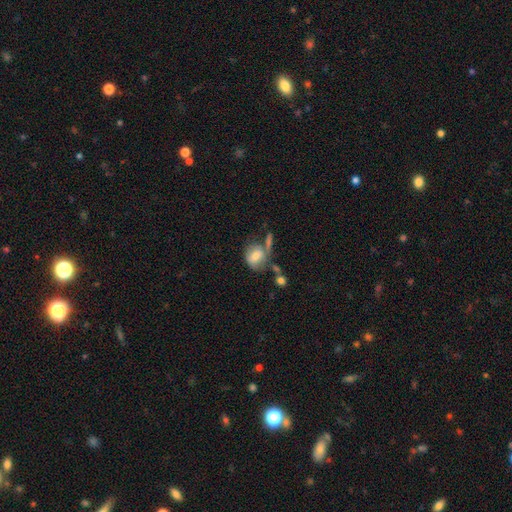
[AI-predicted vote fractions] smooth 65%, featured or disk 26%, star or artifact 9%. Down the decision tree: how rounded — round (56%); merging — none (40%).